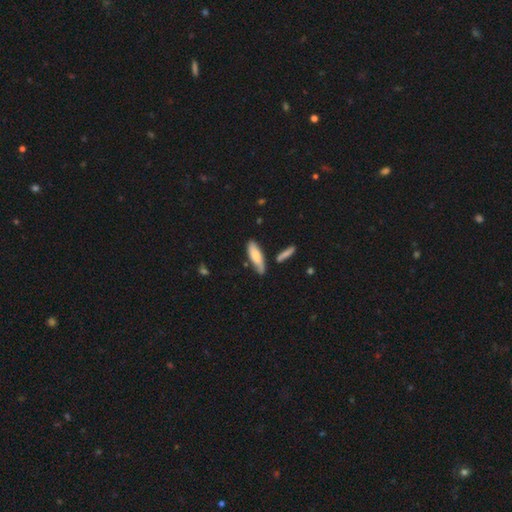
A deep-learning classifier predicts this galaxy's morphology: The model was most divided on "how rounded": in between: 52%, cigar-shaped: 46%, round: 2%. More confident: smooth or featured — smooth (73%); merging — none (65%).